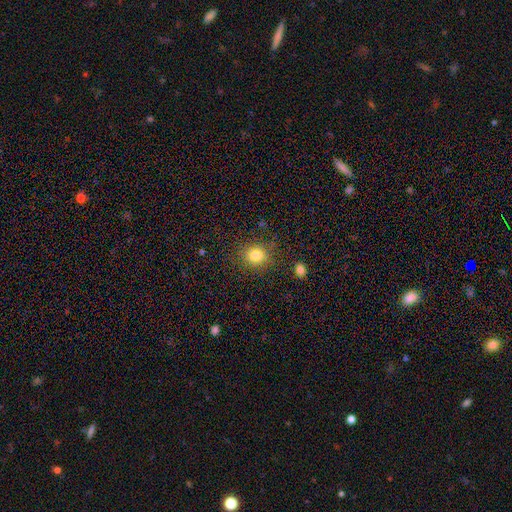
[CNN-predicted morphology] This appears to be a smooth galaxy with no disk features (82%) that is round (76%). Merging: none (83%).